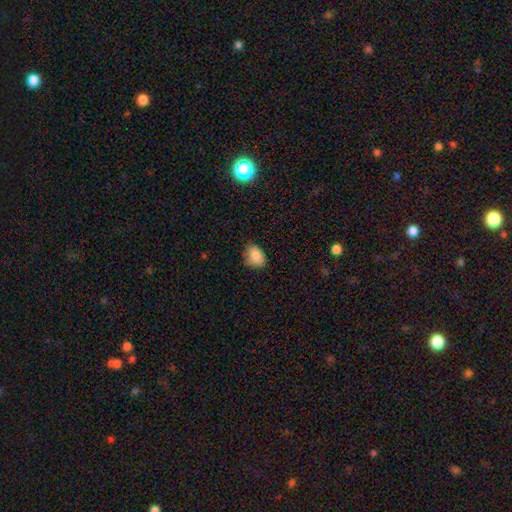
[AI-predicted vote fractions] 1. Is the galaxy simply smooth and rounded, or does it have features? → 86% smooth, 9% star or artifact, 6% featured or disk.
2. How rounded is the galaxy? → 68% in between, 31% round, 1% cigar-shaped.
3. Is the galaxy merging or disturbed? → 69% none, 26% minor disturbance, 4% major disturbance, 1% merger.